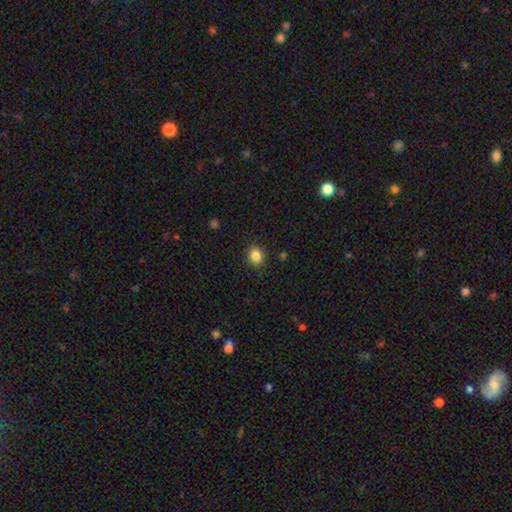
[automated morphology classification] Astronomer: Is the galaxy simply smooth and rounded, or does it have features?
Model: smooth — 86%.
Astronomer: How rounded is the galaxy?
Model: round — 51% (runner-up: in between, 48%).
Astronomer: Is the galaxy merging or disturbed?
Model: none — 88%.